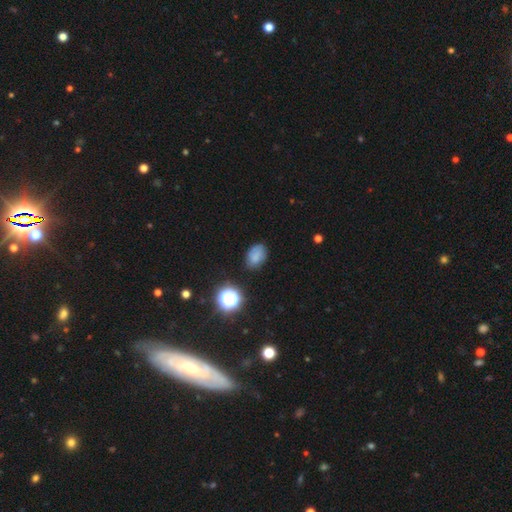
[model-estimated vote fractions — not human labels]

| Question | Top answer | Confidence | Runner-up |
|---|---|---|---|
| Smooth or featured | smooth | 72% | star or artifact (16%) |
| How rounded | in between | 75% | round (24%) |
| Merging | none | 69% | minor disturbance (22%) |